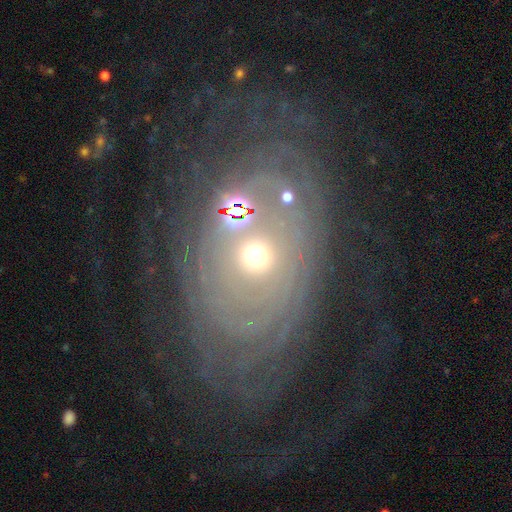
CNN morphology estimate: A featured or disk galaxy (73%) with no bar (82%), tight (72%) spiral arms (78%) and a moderate central bulge (47%). Merging: none (62%).